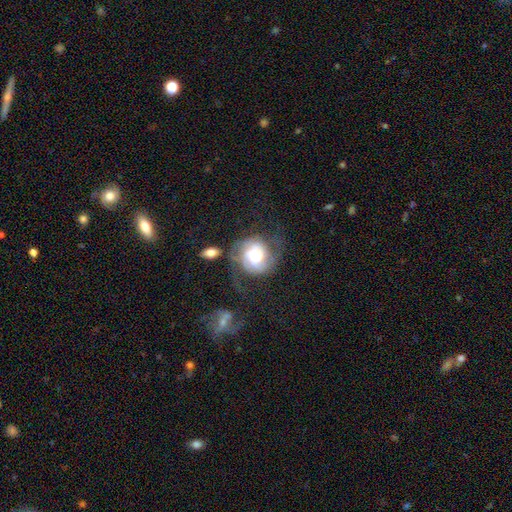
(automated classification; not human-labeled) This is likely a featured or disk galaxy (71%). It is clearly not viewed edge-on (97%). Bar: possibly no (57%). Spiral arm pattern: clearly yes (91%). Spiral arm count: likely 2 (63%). Spiral winding: marginally medium (41%). Central bulge: possibly moderate (46%). Merging: possibly none (46%).